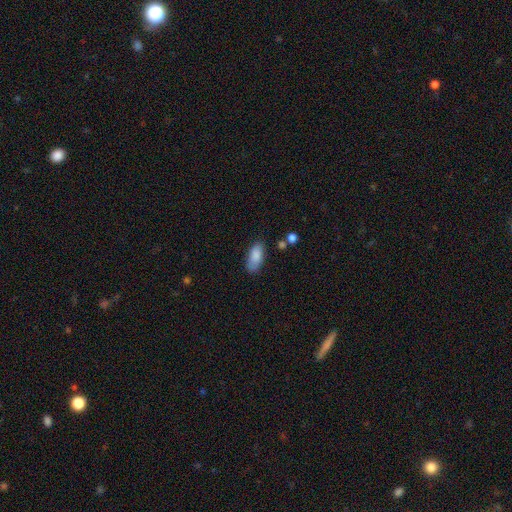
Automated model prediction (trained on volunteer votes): smooth-or-featured: smooth: 86% | star or artifact: 7% | featured or disk: 7%
  how-rounded: in between: 88% | cigar-shaped: 10% | round: 2%
  merging: none: 75% | minor disturbance: 18% | major disturbance: 4% | merger: 3%